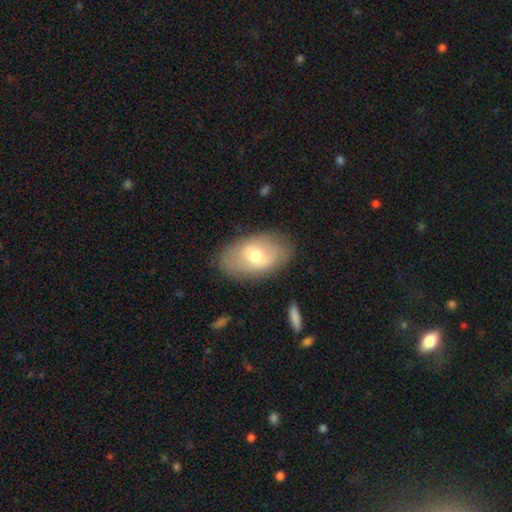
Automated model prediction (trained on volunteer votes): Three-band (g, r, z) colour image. It shows a smooth galaxy with no disk features (54%) that is in between round and cigar-shaped (90%). Merging: none (80%).